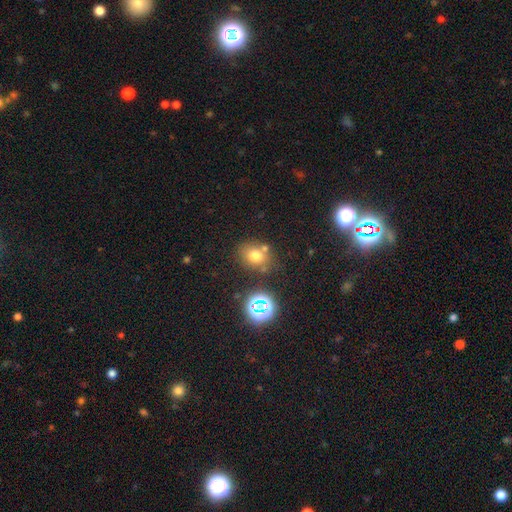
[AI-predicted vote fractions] smooth_or_featured: smooth (p=0.68) [alt: star or artifact p=0.20]
how_rounded: round (p=0.56) [alt: in between p=0.42]
merging: none (p=0.67) [alt: merger p=0.14]